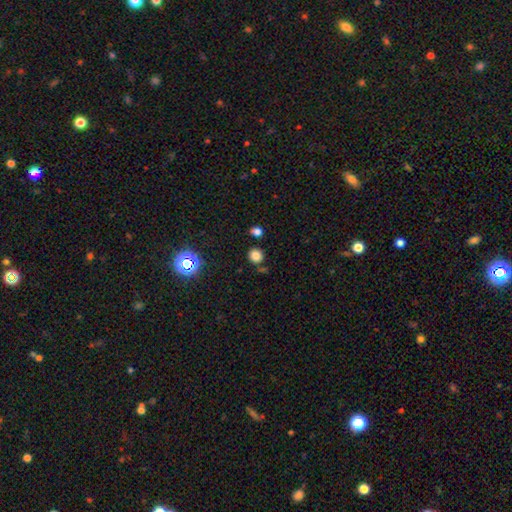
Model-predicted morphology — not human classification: Smooth or featured?
  - smooth: 78% *
  - star or artifact: 17%
  - featured or disk: 6%
How rounded?
  - round: 85% *
  - in between: 14%
  - cigar-shaped: 1%
Merging?
  - none: 80% *
  - merger: 9%
  - minor disturbance: 9%
  - major disturbance: 3%